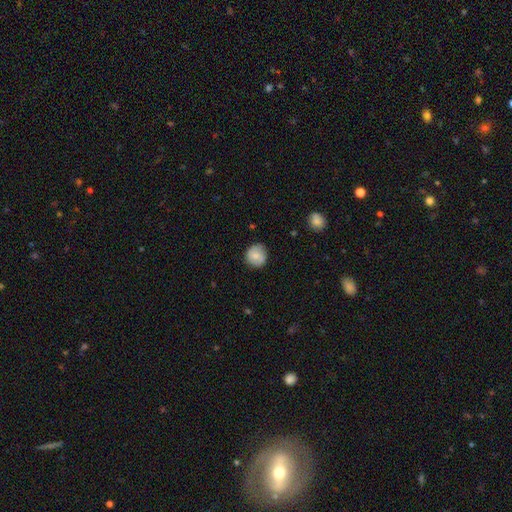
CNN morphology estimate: A smooth galaxy with no disk features (66%) that is round (87%). Merging: none (82%).